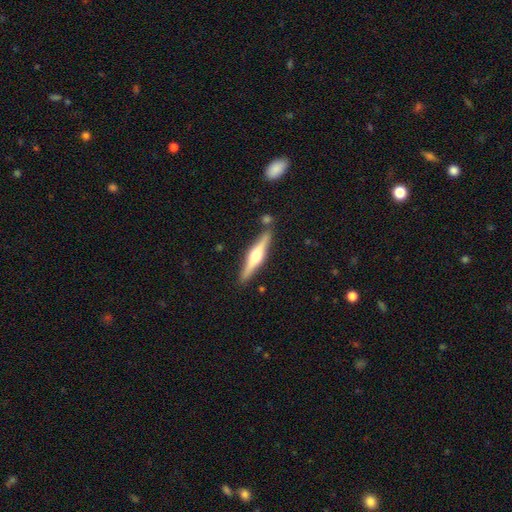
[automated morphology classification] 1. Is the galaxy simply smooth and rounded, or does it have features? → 67% featured or disk, 28% smooth, 5% star or artifact.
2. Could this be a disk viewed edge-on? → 97% yes, 3% no.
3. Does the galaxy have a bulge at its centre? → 92% rounded, 5% boxy, 3% none.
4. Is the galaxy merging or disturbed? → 84% none, 10% minor disturbance, 5% merger, 2% major disturbance.